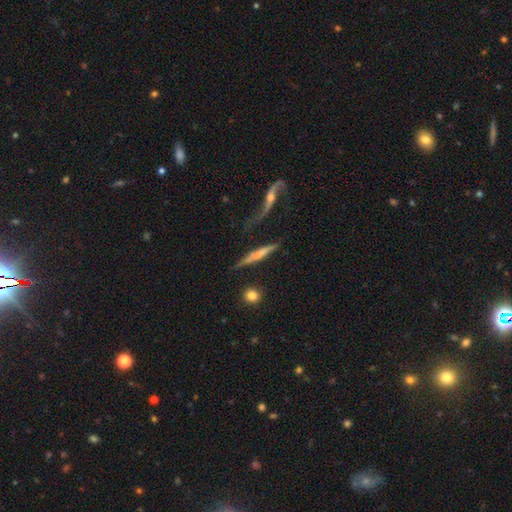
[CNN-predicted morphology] This appears to be a featured or disk galaxy (58%) viewed edge-on (79%). Merging: none (56%).